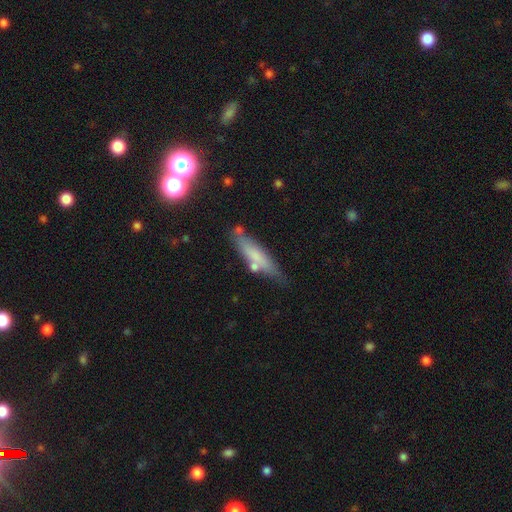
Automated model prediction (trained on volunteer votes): Smooth or featured?
  - smooth: 63% *
  - featured or disk: 27%
  - star or artifact: 9%
How rounded?
  - cigar-shaped: 75% *
  - in between: 23%
  - round: 2%
Merging?
  - none: 65% *
  - minor disturbance: 20%
  - merger: 9%
  - major disturbance: 6%